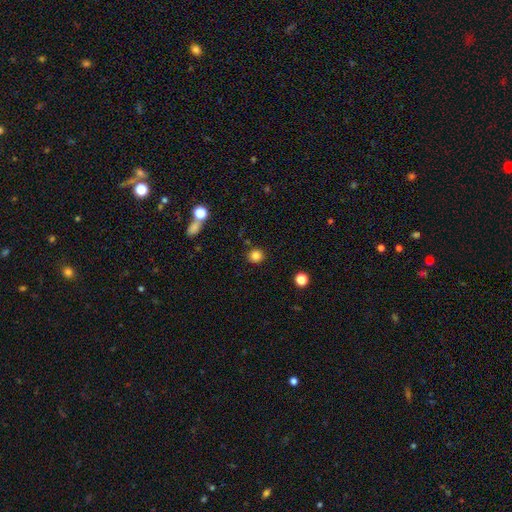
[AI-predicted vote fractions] smooth_or_featured: smooth (p=0.83) [alt: star or artifact p=0.12]
how_rounded: round (p=0.90) [alt: in between p=0.09]
merging: none (p=0.89) [alt: minor disturbance p=0.07]